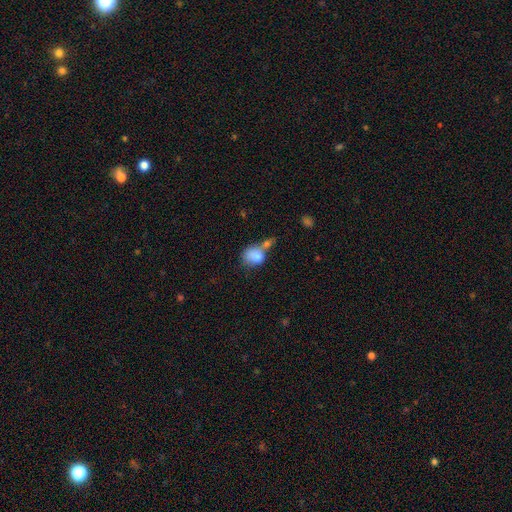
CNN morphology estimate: The model was most divided on "how rounded": round: 54%, in between: 45%, cigar-shaped: 1%. Remaining: smooth or featured — smooth (80%); merging — merger (44%).